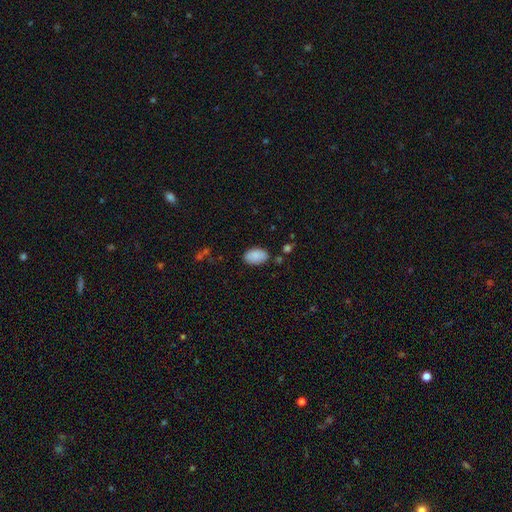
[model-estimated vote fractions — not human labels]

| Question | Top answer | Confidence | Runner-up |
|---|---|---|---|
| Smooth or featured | smooth | 90% | star or artifact (6%) |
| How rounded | in between | 94% | round (4%) |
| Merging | none | 82% | minor disturbance (12%) |